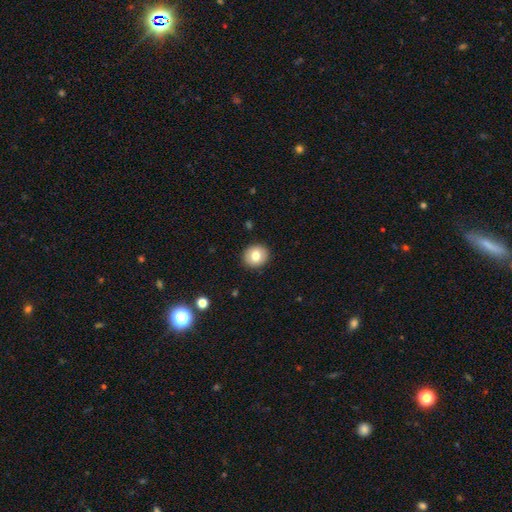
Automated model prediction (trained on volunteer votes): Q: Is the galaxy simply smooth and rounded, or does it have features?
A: smooth — 78%.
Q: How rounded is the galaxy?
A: round — 83%.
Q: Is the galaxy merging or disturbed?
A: none — 91%.